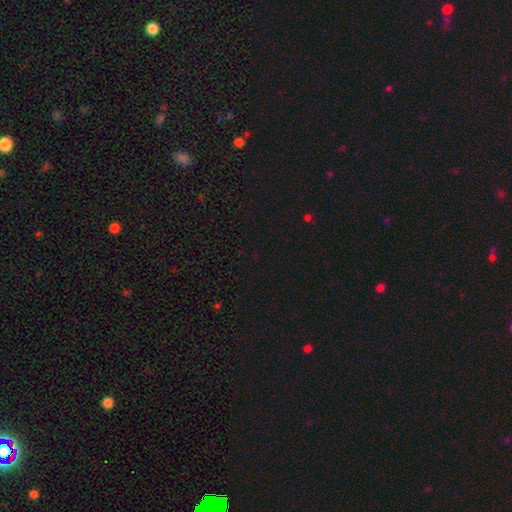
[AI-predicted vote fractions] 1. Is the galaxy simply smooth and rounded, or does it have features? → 73% star or artifact, 21% smooth, 7% featured or disk.